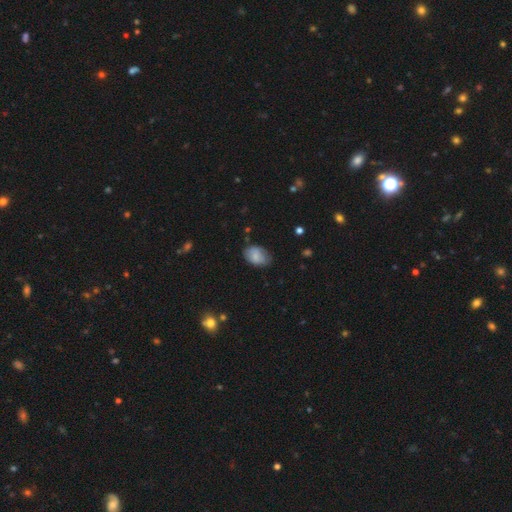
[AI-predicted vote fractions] Smooth or featured? Predicted: smooth (p=0.79). How rounded? Predicted: in between (p=0.84). Merging? Predicted: none (p=0.66).